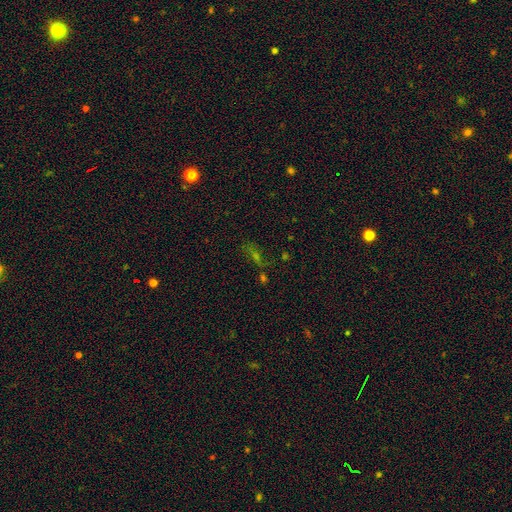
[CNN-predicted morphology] smooth-or-featured: star or artifact: 46% | smooth: 31% | featured or disk: 23%